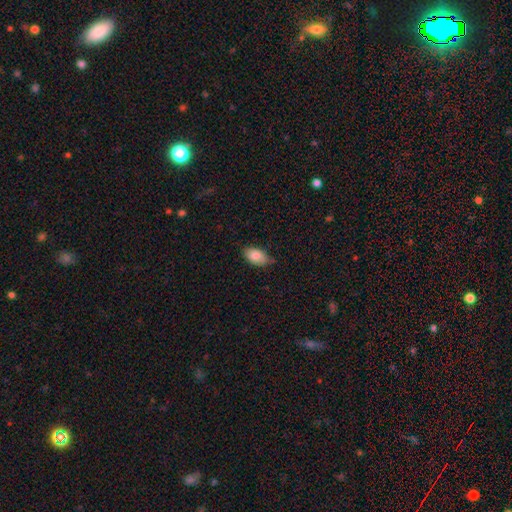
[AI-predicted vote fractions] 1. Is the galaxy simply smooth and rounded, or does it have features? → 84% smooth, 9% featured or disk, 7% star or artifact.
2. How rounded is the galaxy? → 92% in between, 5% round, 3% cigar-shaped.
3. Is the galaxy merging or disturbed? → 69% none, 25% minor disturbance, 4% major disturbance, 2% merger.